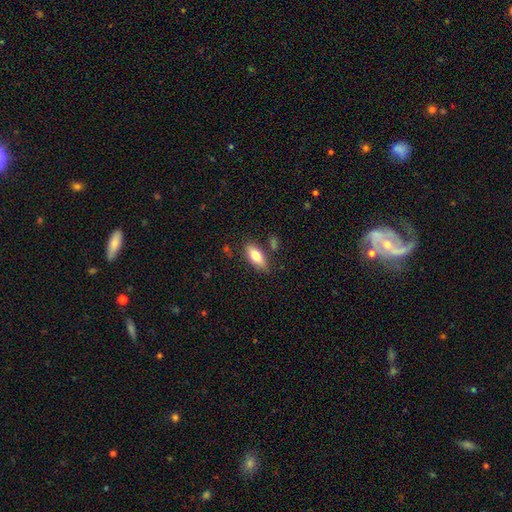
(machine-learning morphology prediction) Overall: smooth (76%). How rounded: in between (81%). Merging: none (77%).